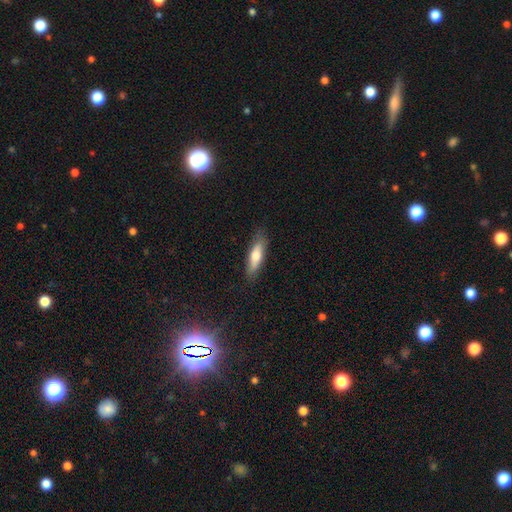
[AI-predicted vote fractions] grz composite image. It shows a smooth galaxy with no disk features (65%) that is cigar-shaped (59%). Merging: none (82%).